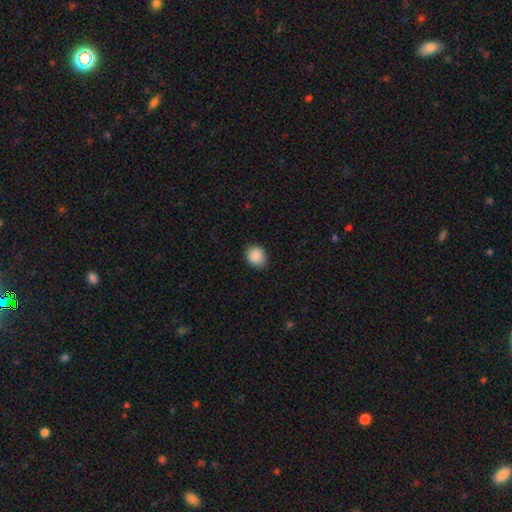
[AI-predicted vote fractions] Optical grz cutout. It shows a smooth galaxy with no disk features (89%) that is round (78%). Merging: none (88%).